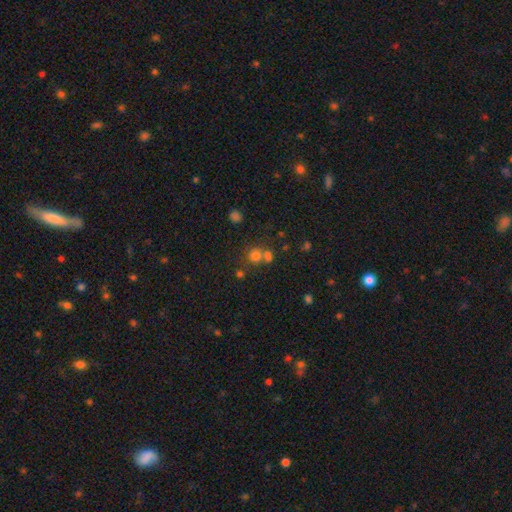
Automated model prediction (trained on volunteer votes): This is likely a smooth galaxy (72%). How rounded: clearly round (85%). Merging: possibly none (54%).